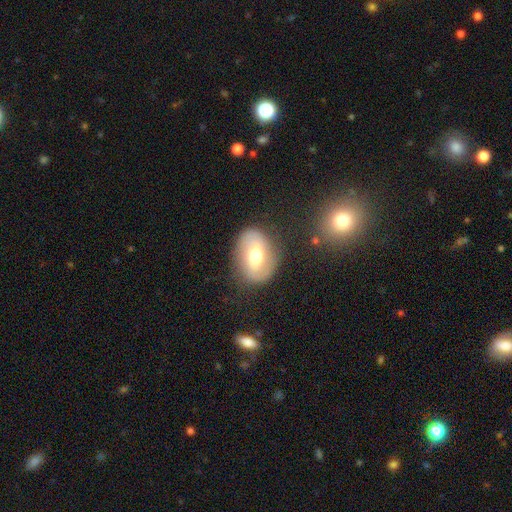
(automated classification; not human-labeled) Smooth or featured: featured or disk — 59% (smooth — 33%)
Edge-on disk: no — 96% (yes — 4%)
Bar: weak — 44% (no — 35%)
Spiral arms: yes — 74% (no — 26%)
Bulge size: moderate — 73% (small — 15%)
Merging: none — 80% (minor disturbance — 13%)